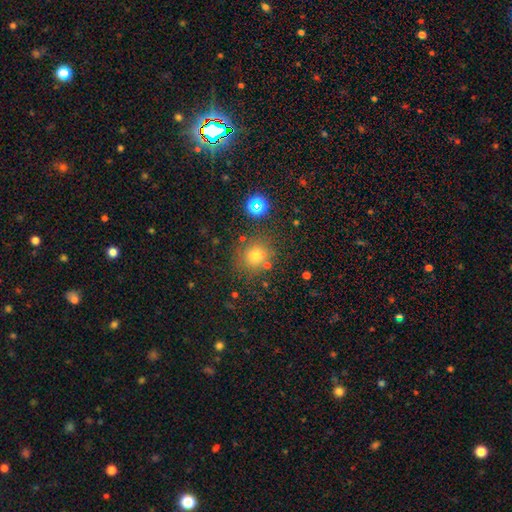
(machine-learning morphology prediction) A smooth galaxy with no disk features (67%) that is round (83%).

Vote fractions:
- Smooth or featured? smooth: 67% / star or artifact: 23% / featured or disk: 10%
- How rounded? round: 83% / in between: 16% / cigar-shaped: 1%
- Merging? none: 75% / minor disturbance: 11% / merger: 10% / major disturbance: 4%